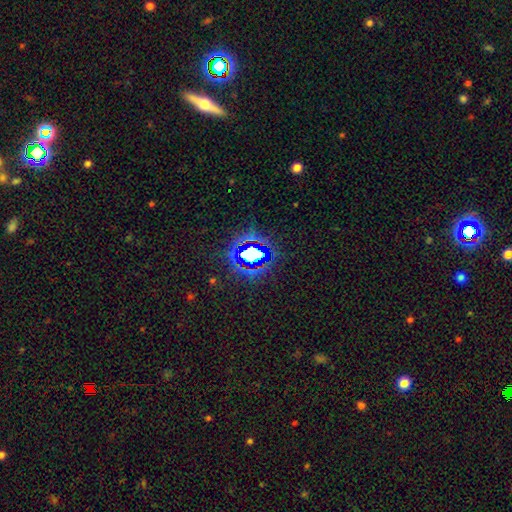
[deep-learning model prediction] Smooth or featured? star or artifact (74%)